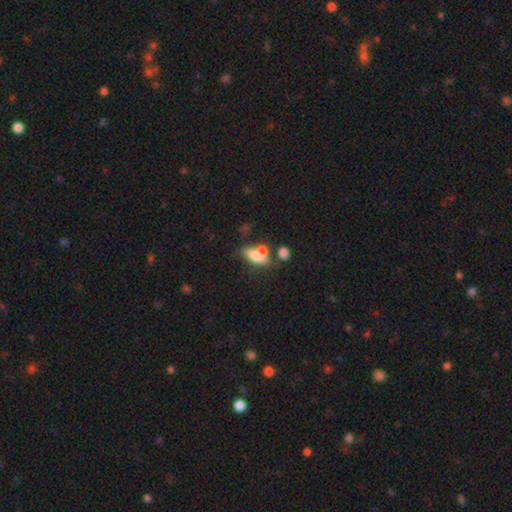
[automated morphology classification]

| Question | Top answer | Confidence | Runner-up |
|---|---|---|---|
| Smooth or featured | smooth | 64% | featured or disk (25%) |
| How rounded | in between | 69% | cigar-shaped (23%) |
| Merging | merger | 41% | none (34%) |